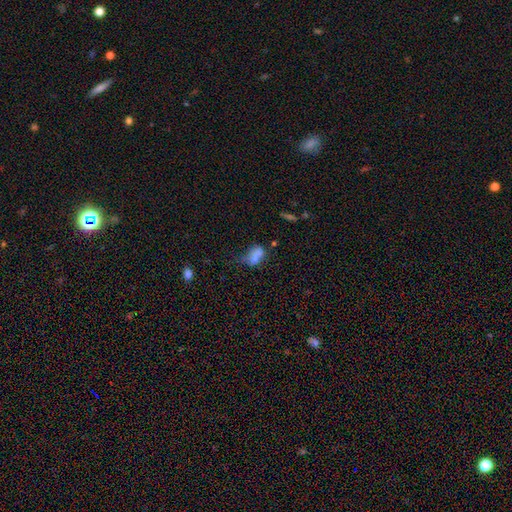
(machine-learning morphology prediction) smooth_or_featured: smooth (p=0.70) [alt: featured or disk p=0.18]
how_rounded: in between (p=0.77) [alt: round p=0.21]
merging: merger (p=0.36) [alt: none p=0.28]